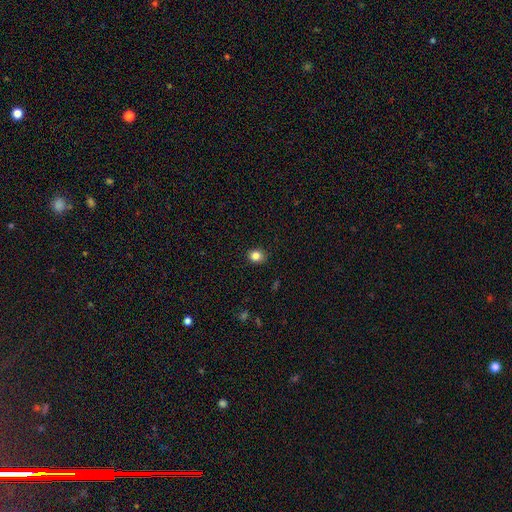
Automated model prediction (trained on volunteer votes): smooth-or-featured: smooth: 85% | star or artifact: 11% | featured or disk: 4%
  how-rounded: round: 66% | in between: 33% | cigar-shaped: 1%
  merging: none: 87% | minor disturbance: 10% | major disturbance: 2% | merger: 1%